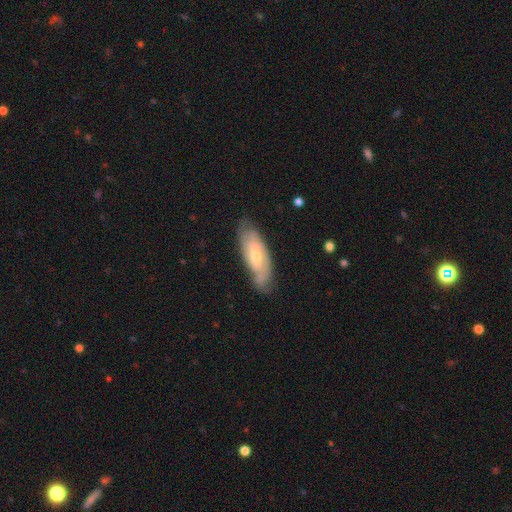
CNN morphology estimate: Q: Smooth or featured?
A: featured or disk (63%); runner-up: smooth (31%)
Q: Edge-on disk?
A: no (82%); runner-up: yes (18%)
Q: Bar?
A: no (51%); runner-up: weak (40%)
Q: Spiral arms?
A: yes (82%); runner-up: no (18%)
Q: Bulge size?
A: moderate (48%); runner-up: small (47%)
Q: Merging?
A: none (73%); runner-up: minor disturbance (21%)